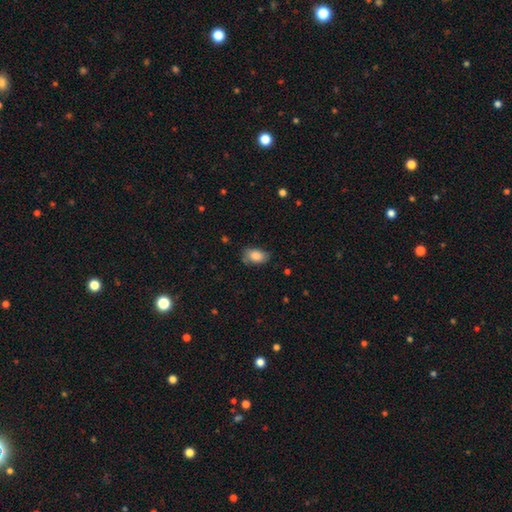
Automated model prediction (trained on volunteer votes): smooth 85%, featured or disk 8%, star or artifact 7%. Down the decision tree: how rounded — in between (89%); merging — none (68%).